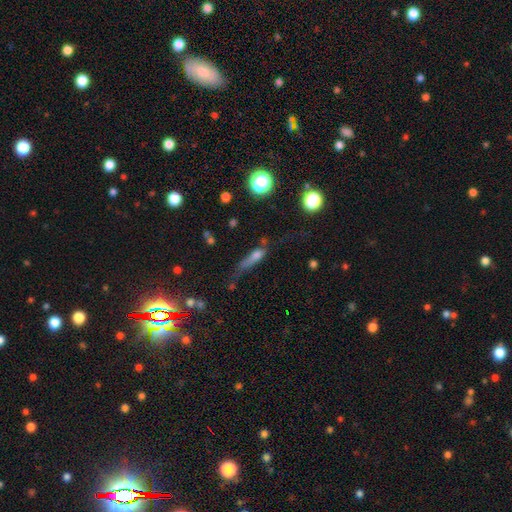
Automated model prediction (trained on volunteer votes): Overall: smooth (61%; featured or disk 23%). How rounded: cigar-shaped (59%; in between 33%). Merging: none (33%; major disturbance 32%).